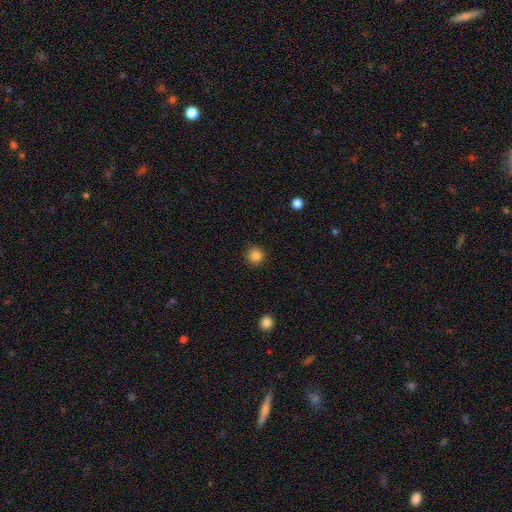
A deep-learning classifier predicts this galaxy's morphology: smooth-or-featured: smooth: 85% | star or artifact: 11% | featured or disk: 4%
  how-rounded: round: 94% | in between: 5% | cigar-shaped: 1%
  merging: none: 89% | minor disturbance: 8% | major disturbance: 2% | merger: 1%